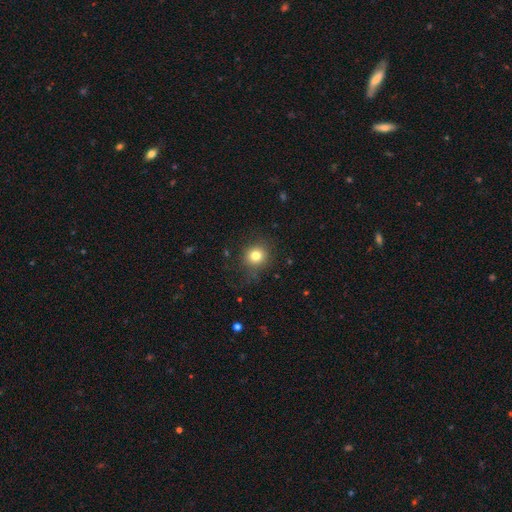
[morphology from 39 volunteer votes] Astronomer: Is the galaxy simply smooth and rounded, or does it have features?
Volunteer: smooth — 79%.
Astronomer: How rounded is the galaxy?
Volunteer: round — 87%.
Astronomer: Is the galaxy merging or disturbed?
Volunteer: none — 97%.